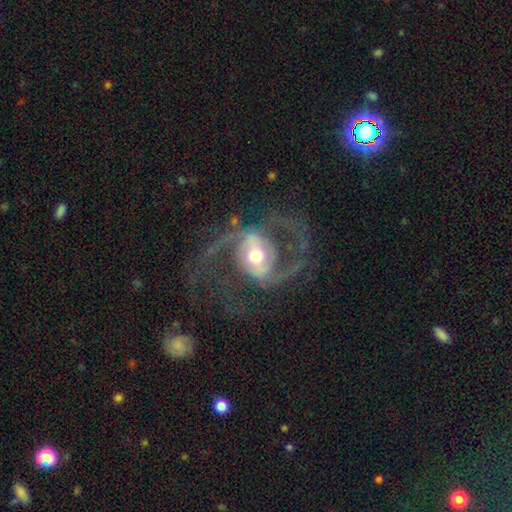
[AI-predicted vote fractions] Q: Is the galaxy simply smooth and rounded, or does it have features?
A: featured or disk — 89%.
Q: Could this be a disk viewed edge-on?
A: no — 97%.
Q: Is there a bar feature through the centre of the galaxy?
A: weak — 35%.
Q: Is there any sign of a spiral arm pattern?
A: yes — 95%.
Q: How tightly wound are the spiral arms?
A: medium — 50%.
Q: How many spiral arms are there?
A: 2 — 89%.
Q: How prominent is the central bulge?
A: moderate — 68%.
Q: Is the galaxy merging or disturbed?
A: none — 67%.